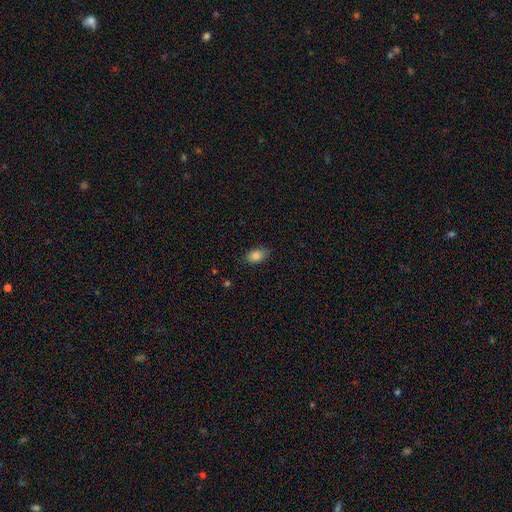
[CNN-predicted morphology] A smooth galaxy with no disk features (84%) that is in between round and cigar-shaped (85%).

Vote fractions:
- Smooth or featured? smooth: 84% / star or artifact: 9% / featured or disk: 7%
- How rounded? in between: 85% / round: 13% / cigar-shaped: 2%
- Merging? none: 83% / minor disturbance: 14% / major disturbance: 2% / merger: 1%